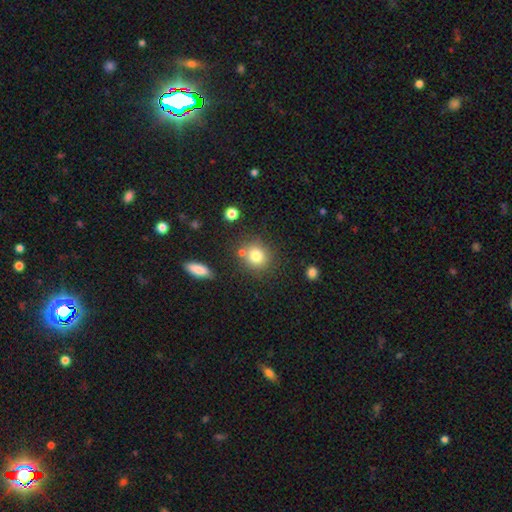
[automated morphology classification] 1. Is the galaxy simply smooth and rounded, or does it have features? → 80% smooth, 11% star or artifact, 9% featured or disk.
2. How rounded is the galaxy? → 81% round, 18% in between, 1% cigar-shaped.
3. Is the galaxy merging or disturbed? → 73% none, 13% merger, 11% minor disturbance, 4% major disturbance.